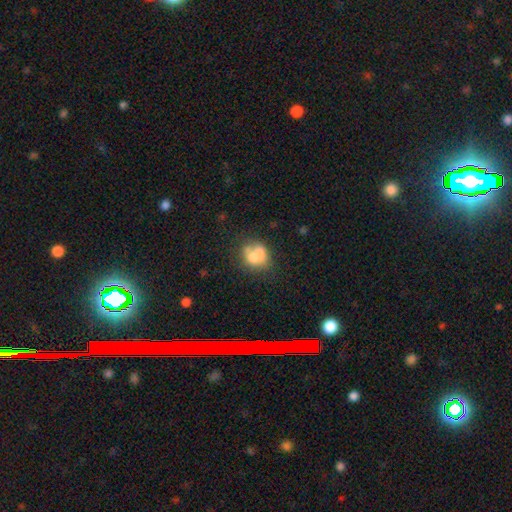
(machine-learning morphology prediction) type=smooth (67%); roundness=round (64%); merging=none (37%).